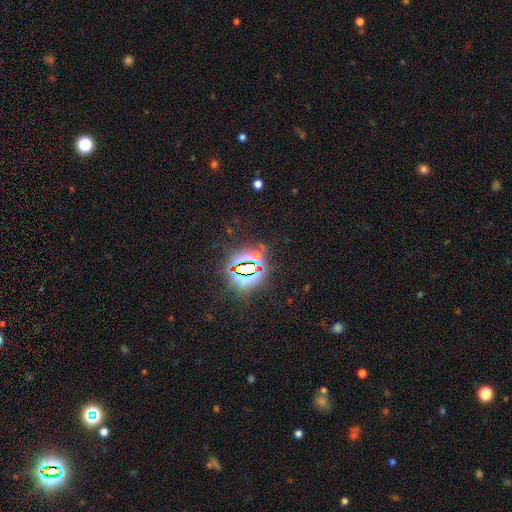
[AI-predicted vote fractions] smooth_or_featured: star or artifact (p=0.78) [alt: smooth p=0.14]